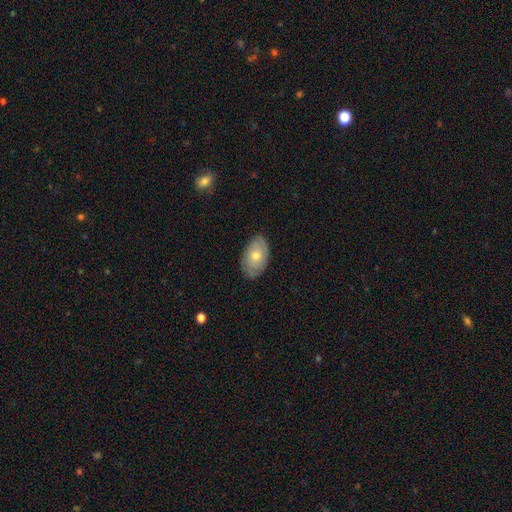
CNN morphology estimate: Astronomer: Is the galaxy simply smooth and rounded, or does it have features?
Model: smooth — 51% (runner-up: featured or disk, 42%).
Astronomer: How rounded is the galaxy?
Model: in between — 91%.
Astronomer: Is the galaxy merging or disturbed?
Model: none — 82%.